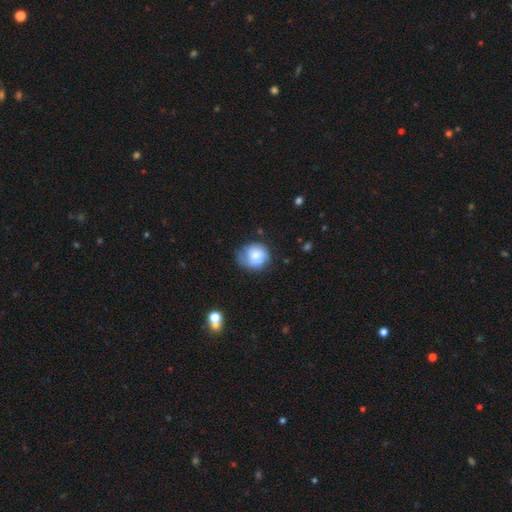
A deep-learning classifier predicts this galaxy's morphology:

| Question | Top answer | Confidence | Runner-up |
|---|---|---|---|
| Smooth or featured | smooth | 75% | featured or disk (18%) |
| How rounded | round | 82% | in between (17%) |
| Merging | none | 55% | minor disturbance (33%) |